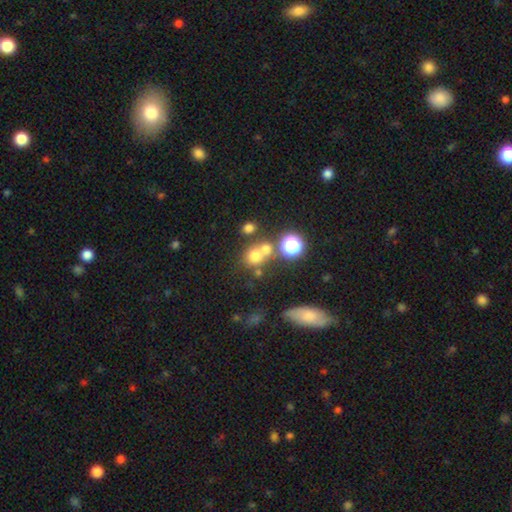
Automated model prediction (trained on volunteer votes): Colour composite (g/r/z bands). It shows a smooth galaxy with no disk features (66%) that is round (80%). Merging: none (49%).